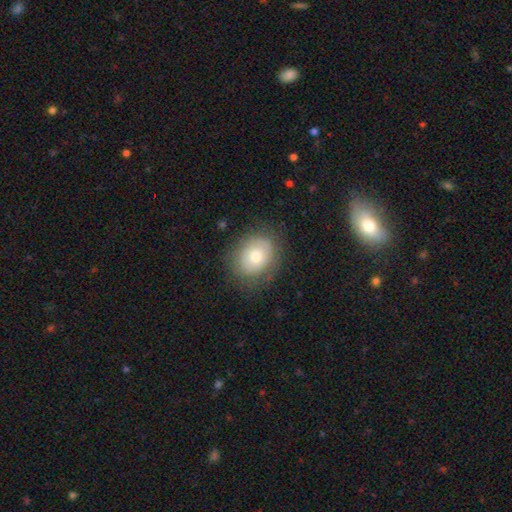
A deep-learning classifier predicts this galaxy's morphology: smooth-or-featured: smooth: 66% | featured or disk: 26% | star or artifact: 9%
  how-rounded: round: 58% | in between: 41% | cigar-shaped: 1%
  merging: none: 78% | minor disturbance: 15% | major disturbance: 6% | merger: 1%